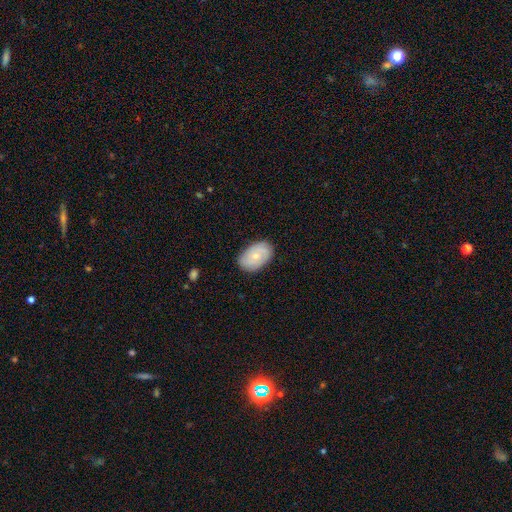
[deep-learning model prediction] This is possibly a smooth galaxy (57%). How rounded: clearly in between (89%). Merging: clearly none (82%).